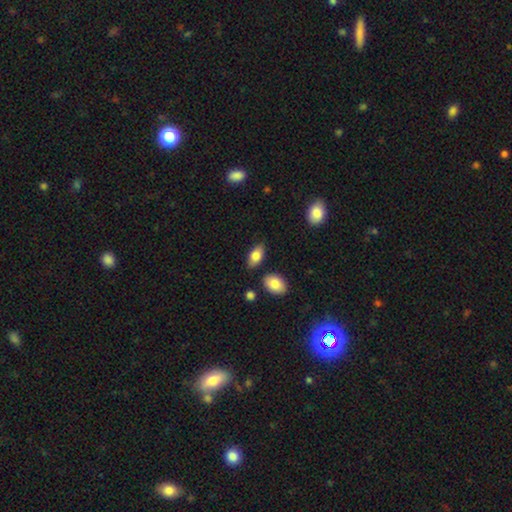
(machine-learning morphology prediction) The model was most divided on "merging": none: 80%, minor disturbance: 12%, merger: 4%, major disturbance: 3%. More confident: how rounded — in between (91%); smooth or featured — smooth (81%).